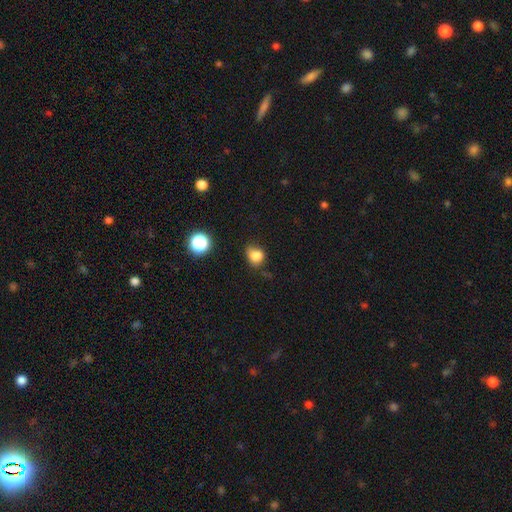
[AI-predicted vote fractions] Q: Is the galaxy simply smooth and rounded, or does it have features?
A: smooth — 82%.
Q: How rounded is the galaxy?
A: round — 63%.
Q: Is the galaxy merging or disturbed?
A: none — 54%.